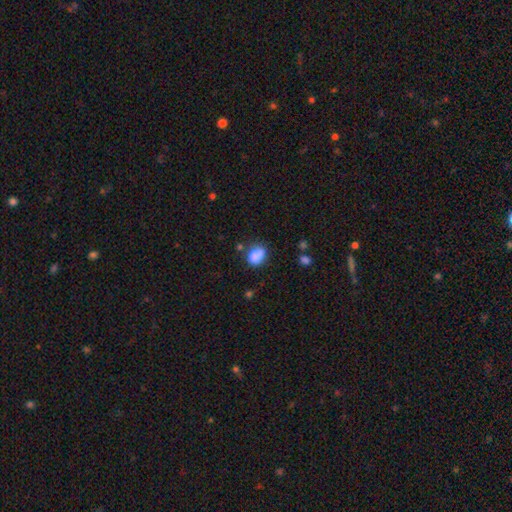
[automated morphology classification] This is clearly a smooth galaxy (82%). How rounded: possibly in between (51%). Merging: possibly none (53%).